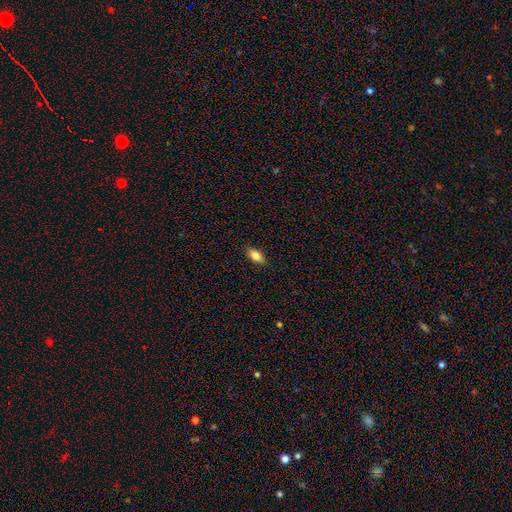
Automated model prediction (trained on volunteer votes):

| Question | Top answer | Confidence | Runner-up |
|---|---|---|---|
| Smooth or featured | smooth | 79% | featured or disk (14%) |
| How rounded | in between | 84% | cigar-shaped (12%) |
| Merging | none | 88% | minor disturbance (9%) |